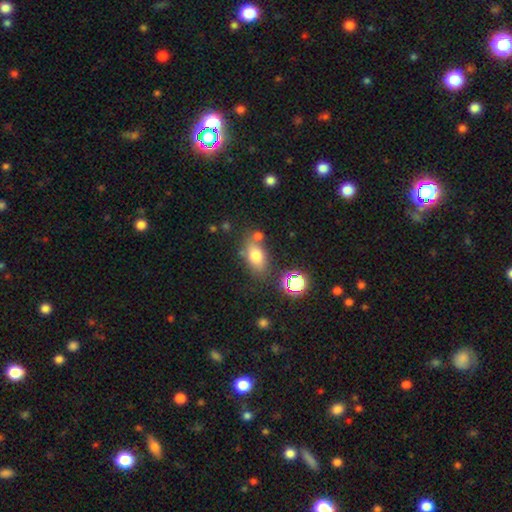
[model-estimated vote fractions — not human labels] smooth_or_featured: smooth (p=0.73) [alt: featured or disk p=0.14]
how_rounded: in between (p=0.80) [alt: round p=0.15]
merging: none (p=0.66) [alt: minor disturbance p=0.15]